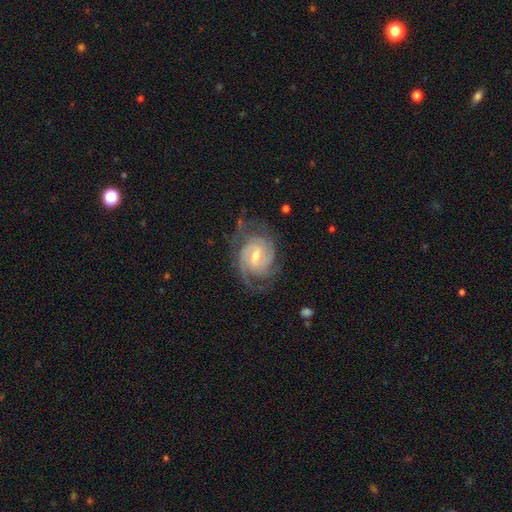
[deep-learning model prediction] A featured or disk galaxy (90%) with a weak bar (58%), 2 (37%) tight (58%) spiral arms (97%) and a moderate central bulge (50%).

Vote fractions:
- Smooth or featured? featured or disk: 90% / smooth: 6% / star or artifact: 5%
- Edge-on disk? no: 97% / yes: 3%
- Bar? weak: 58% / strong: 23% / no: 19%
- Spiral arms? yes: 97% / no: 3%
- Spiral winding? tight: 58% / medium: 35% / loose: 7%
- Spiral arm count? 2: 37% / 3: 26% / can't tell: 18% / 4: 9% / 1: 5% / more than 4: 4%
- Bulge size? moderate: 50% / small: 45% / large: 3% / none: 2% / dominant: 1%
- Merging? none: 69% / minor disturbance: 19% / major disturbance: 11% / merger: 1%